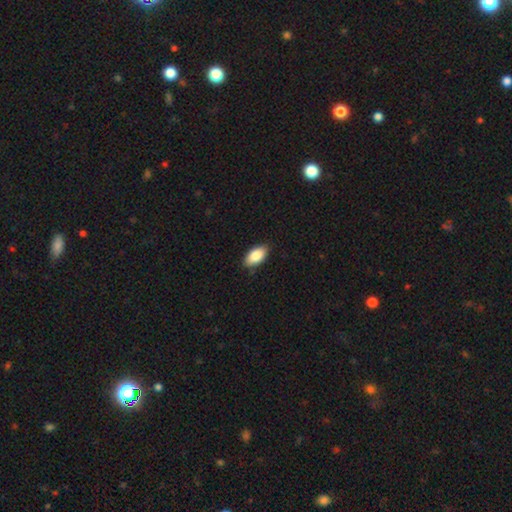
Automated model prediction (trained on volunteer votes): smooth-or-featured: smooth: 86% | featured or disk: 7% | star or artifact: 6%
  how-rounded: in between: 94% | cigar-shaped: 4% | round: 3%
  merging: none: 86% | minor disturbance: 11% | major disturbance: 2% | merger: 1%